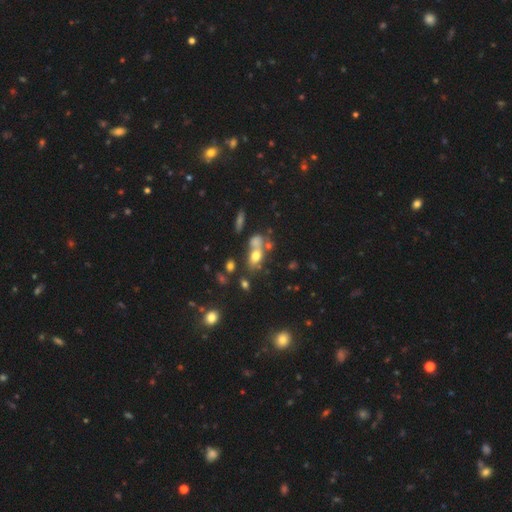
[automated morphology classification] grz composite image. It shows a smooth galaxy with no disk features (65%) that is in between round and cigar-shaped (76%). Merging: none (41%).